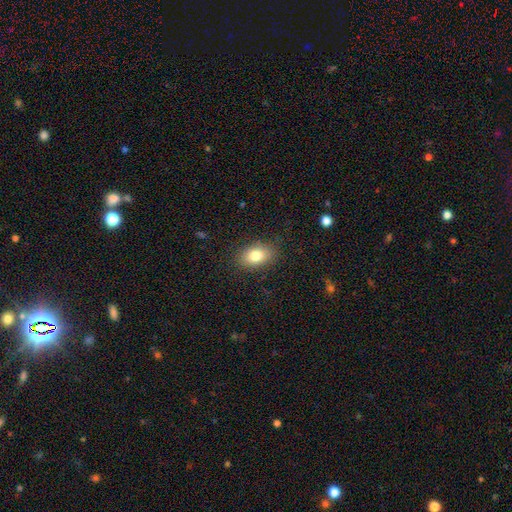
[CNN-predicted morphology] Smooth or featured? smooth (80%)
How rounded? in between (84%)
Merging? none (85%)